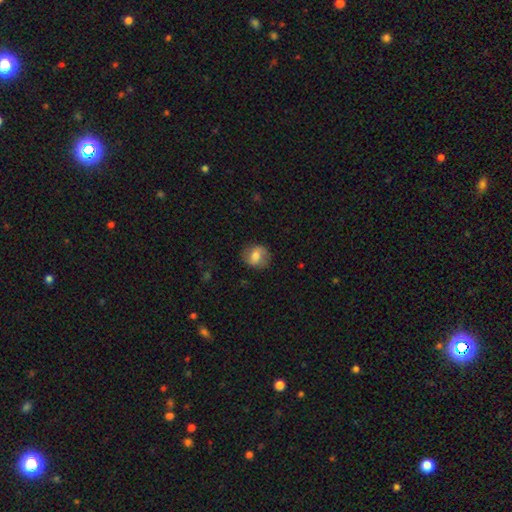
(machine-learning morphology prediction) This is likely a smooth galaxy (60%). How rounded: likely round (70%). Merging: clearly none (82%).